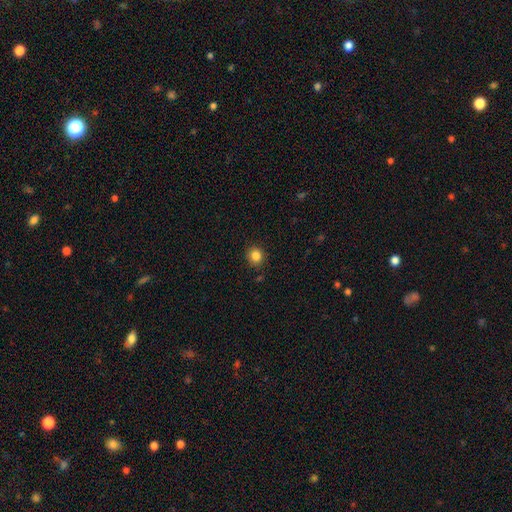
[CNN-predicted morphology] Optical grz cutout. It shows a smooth galaxy with no disk features (84%) that is round (83%). Merging: none (89%).